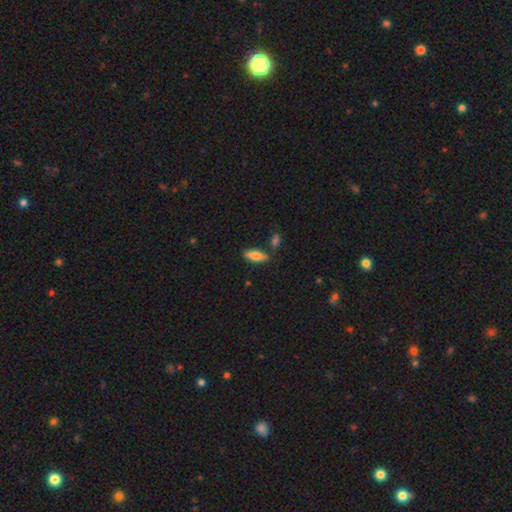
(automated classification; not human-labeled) This is likely a smooth galaxy (69%). How rounded: likely in between (63%). Merging: likely none (79%).